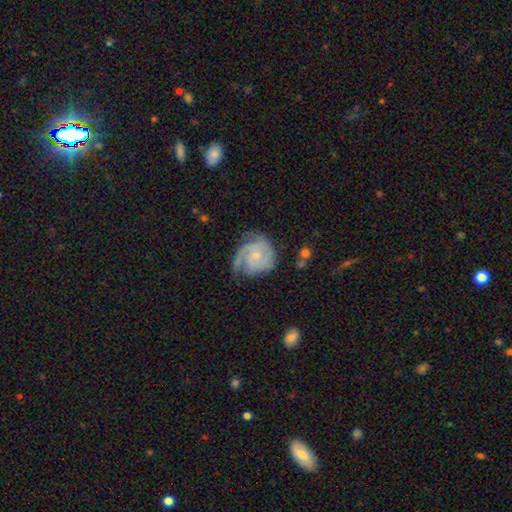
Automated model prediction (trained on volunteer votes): A featured or disk galaxy (83%) with no bar (70%), 2 (39%) tight (58%) spiral arms (96%) and a small central bulge (72%).

Vote fractions:
- Smooth or featured? featured or disk: 83% / smooth: 12% / star or artifact: 5%
- Edge-on disk? no: 98% / yes: 2%
- Bar? no: 70% / weak: 26% / strong: 4%
- Spiral arms? yes: 96% / no: 4%
- Spiral winding? tight: 58% / medium: 34% / loose: 8%
- Spiral arm count? 2: 39% / 3: 28% / can't tell: 16% / 1: 8% / 4: 4% / more than 4: 4%
- Bulge size? small: 72% / moderate: 21% / none: 4% / large: 1% / dominant: 1%
- Merging? none: 60% / minor disturbance: 25% / major disturbance: 12% / merger: 2%